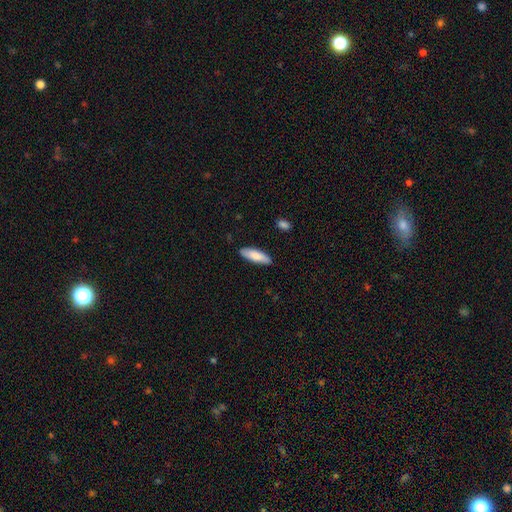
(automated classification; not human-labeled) This appears to be a smooth galaxy with no disk features (82%) that is in between round and cigar-shaped (51%). Merging: none (87%).